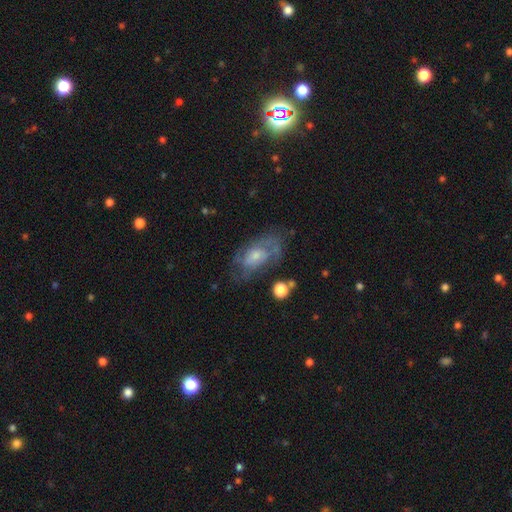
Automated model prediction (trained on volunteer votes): featured or disk 69%, smooth 22%, star or artifact 10%. Down the decision tree: edge-on disk — no (94%); bar — no (70%); spiral arms — yes (78%); spiral arm count — can't tell (46%); spiral winding — tight (45%); bulge size — small (50%); merging — none (63%).